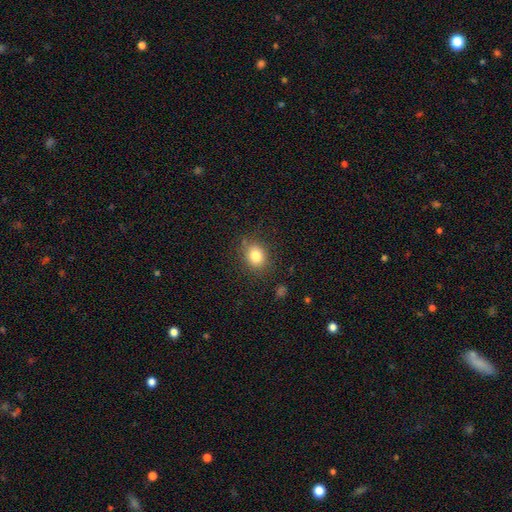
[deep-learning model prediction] Smooth or featured? Predicted: smooth (p=0.82). How rounded? Predicted: round (p=0.60). Merging? Predicted: none (p=0.81).